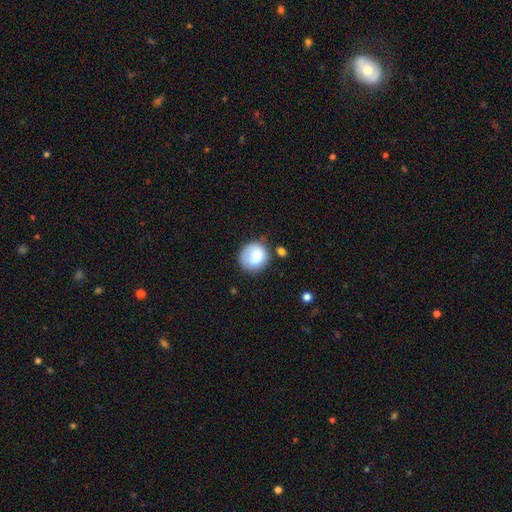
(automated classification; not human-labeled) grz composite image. It shows a smooth galaxy with no disk features (83%) that is round (88%). Merging: none (66%).